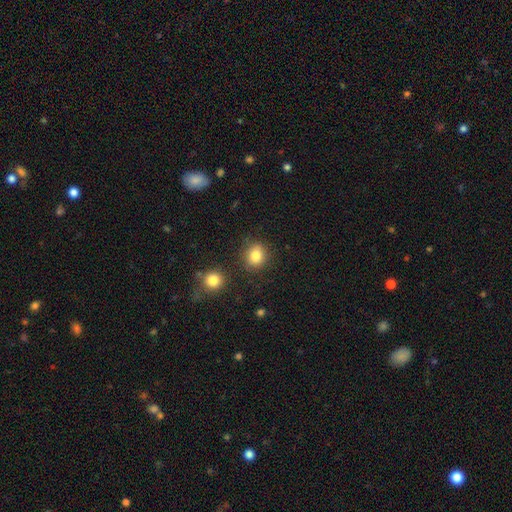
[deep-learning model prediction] A smooth galaxy with no disk features (83%) that is round (71%). Merging: none (84%).